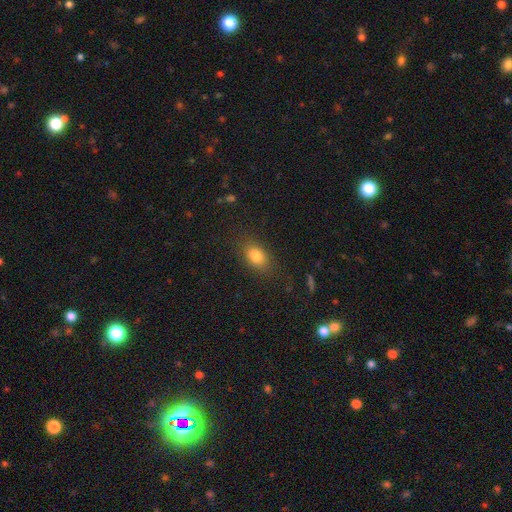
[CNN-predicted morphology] type=smooth (82%); roundness=in between (80%); merging=none (81%).